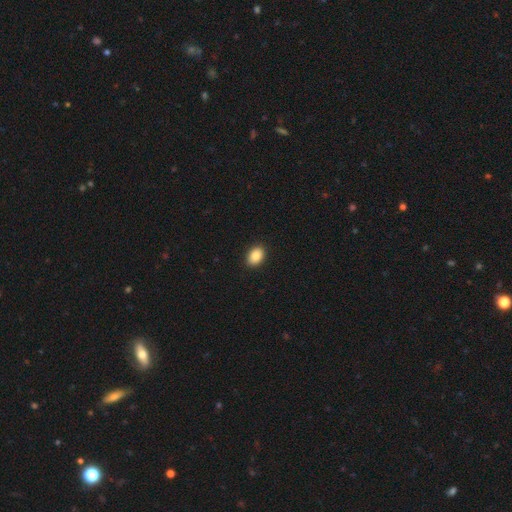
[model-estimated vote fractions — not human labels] Overall: smooth (88%). How rounded: in between (79%). Merging: none (90%).